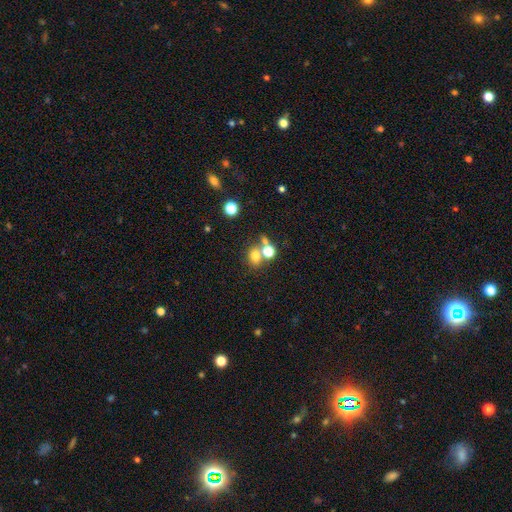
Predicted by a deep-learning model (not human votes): A smooth galaxy with no disk features (71%) that is round (56%). Merging: none (51%).